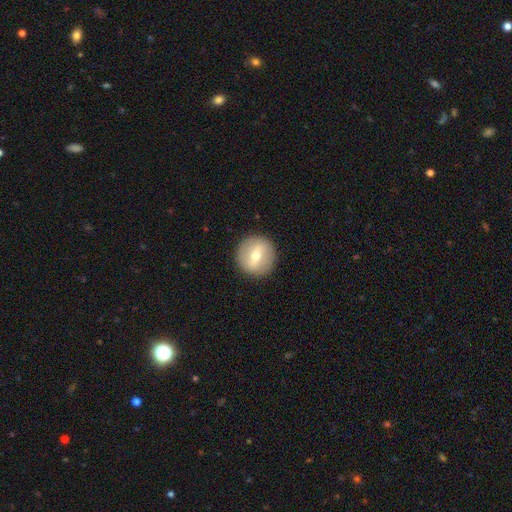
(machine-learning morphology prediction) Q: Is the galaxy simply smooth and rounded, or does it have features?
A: featured or disk — 48%.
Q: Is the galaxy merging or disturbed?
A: none — 90%.